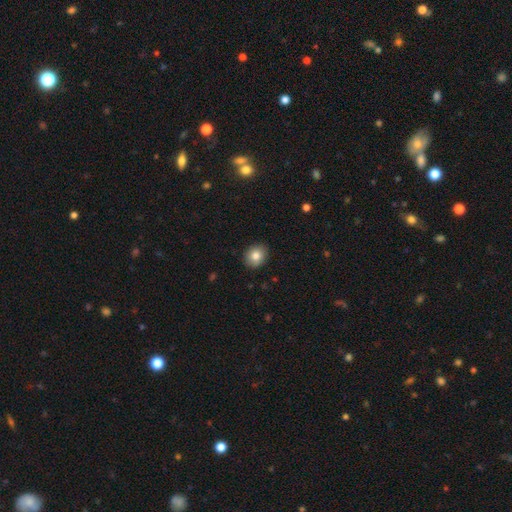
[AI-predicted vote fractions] Overall: smooth (83%). How rounded: round (61%; in between 38%). Merging: none (89%).